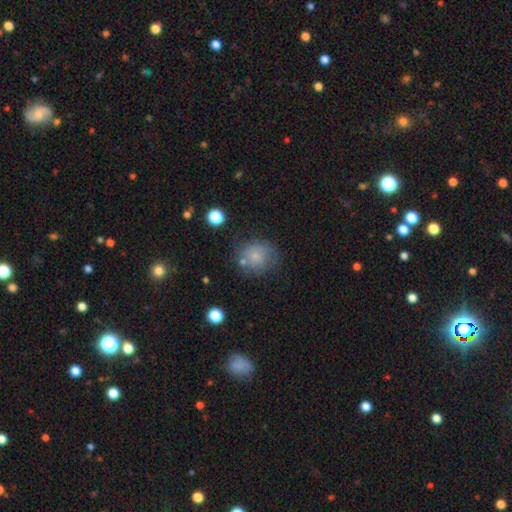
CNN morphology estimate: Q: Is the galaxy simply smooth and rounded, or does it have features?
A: smooth — 71%.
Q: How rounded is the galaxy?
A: round — 79%.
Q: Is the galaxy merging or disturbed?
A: none — 61%.